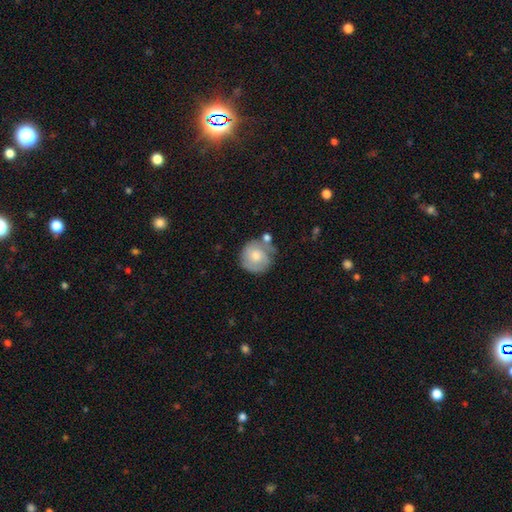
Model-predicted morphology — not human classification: Smooth or featured? Predicted: smooth (p=0.51). How rounded? Predicted: round (p=0.89). Merging? Predicted: none (p=0.55).